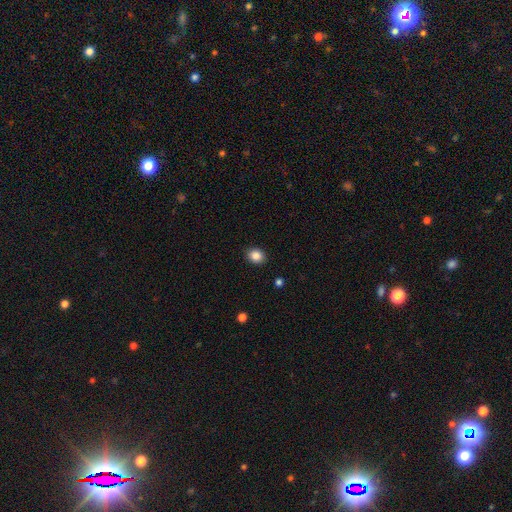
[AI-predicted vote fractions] This appears to be a smooth galaxy with no disk features (86%) that is round (52%). Merging: none (90%).